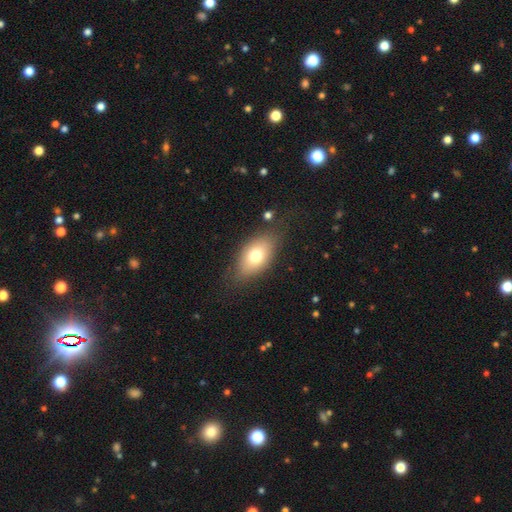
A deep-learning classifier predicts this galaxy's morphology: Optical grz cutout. It shows a smooth galaxy with no disk features (72%) that is in between round and cigar-shaped (87%). Merging: none (76%).